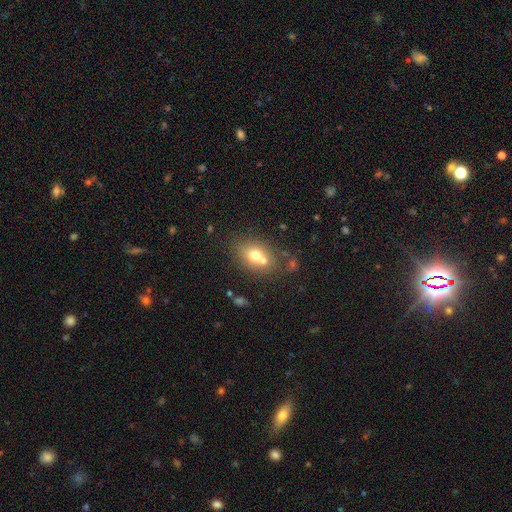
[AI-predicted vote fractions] A smooth galaxy with no disk features (68%) that is in between round and cigar-shaped (65%). Merging: none (50%).